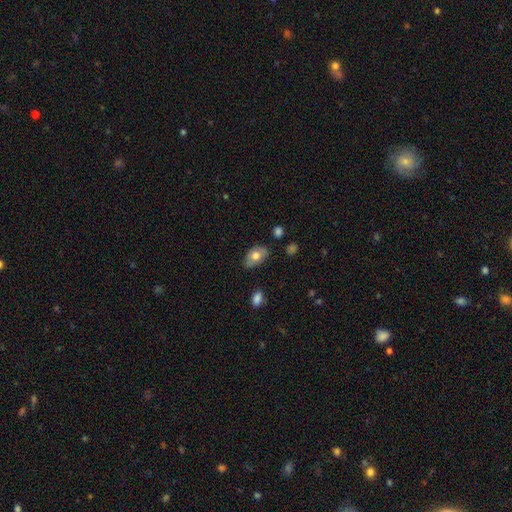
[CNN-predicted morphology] Q: Smooth or featured?
A: smooth (72%); runner-up: featured or disk (20%)
Q: How rounded?
A: in between (89%); runner-up: round (9%)
Q: Merging?
A: none (71%); runner-up: minor disturbance (23%)